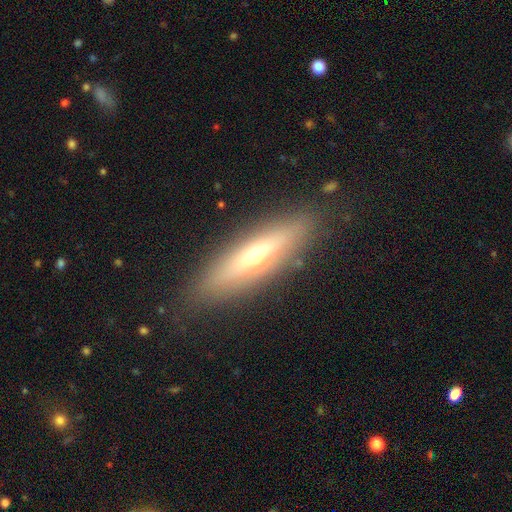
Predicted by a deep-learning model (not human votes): A featured or disk galaxy (51%) viewed edge-on (79%). Merging: none (84%).